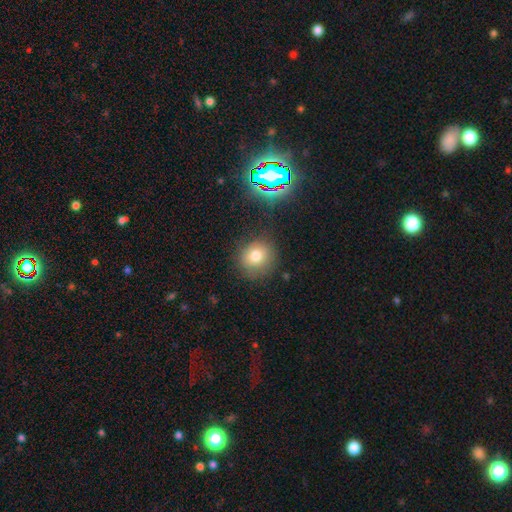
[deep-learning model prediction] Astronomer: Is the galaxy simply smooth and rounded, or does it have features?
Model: smooth — 74%.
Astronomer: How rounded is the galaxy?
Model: round — 85%.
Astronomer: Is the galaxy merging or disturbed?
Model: none — 81%.